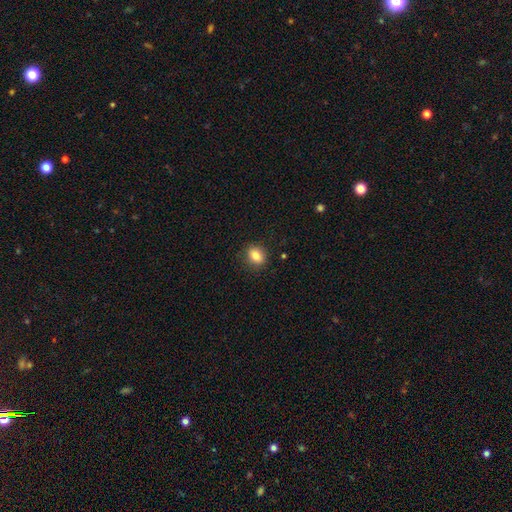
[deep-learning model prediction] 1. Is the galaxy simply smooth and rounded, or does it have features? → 84% smooth, 10% star or artifact, 7% featured or disk.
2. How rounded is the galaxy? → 53% in between, 45% round, 1% cigar-shaped.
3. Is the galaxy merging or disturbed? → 87% none, 10% minor disturbance, 2% major disturbance, 1% merger.